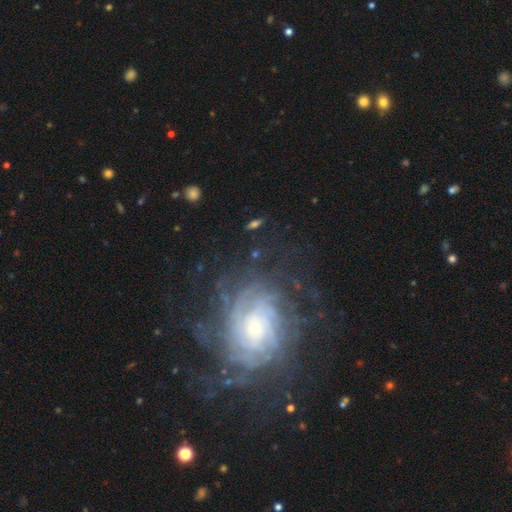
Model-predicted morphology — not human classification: Smooth or featured? Predicted: featured or disk (p=0.80). Edge-on disk? Predicted: no (p=0.97). Bar? Predicted: no (p=0.68). Spiral arms? Predicted: yes (p=0.94). Spiral winding? Predicted: tight (p=0.73). Spiral arm count? Predicted: can't tell (p=0.40). Bulge size? Predicted: small (p=0.53). Merging? Predicted: none (p=0.74).